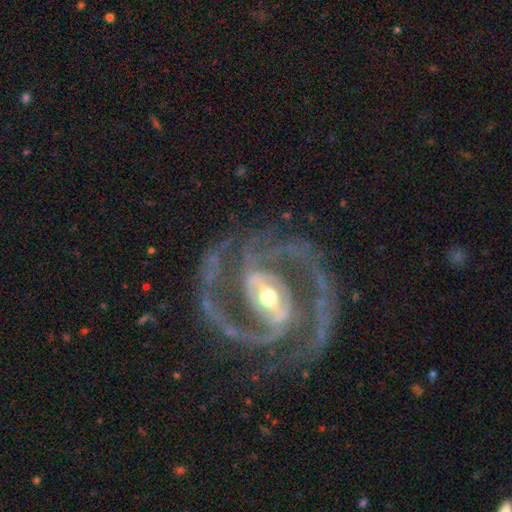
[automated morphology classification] Q: Smooth or featured?
A: featured or disk (93%); runner-up: star or artifact (4%)
Q: Edge-on disk?
A: no (98%); runner-up: yes (2%)
Q: Bar?
A: strong (63%); runner-up: weak (24%)
Q: Spiral arms?
A: yes (99%); runner-up: no (1%)
Q: Spiral winding?
A: medium (51%); runner-up: tight (43%)
Q: Spiral arm count?
A: 2 (90%); runner-up: 3 (4%)
Q: Bulge size?
A: small (49%); runner-up: moderate (46%)
Q: Merging?
A: none (80%); runner-up: minor disturbance (13%)